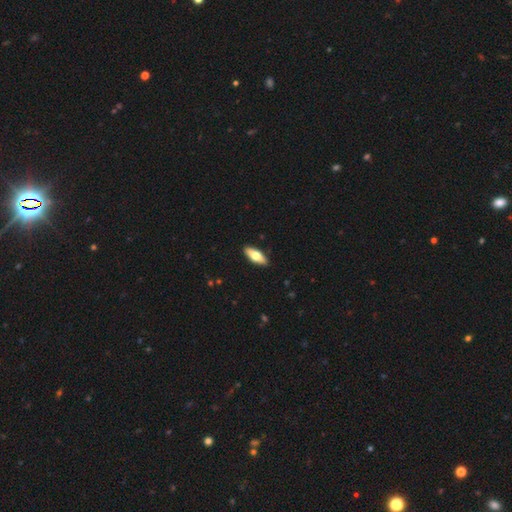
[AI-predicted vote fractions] Morphology: type=smooth (62%); roundness=in between (71%); merging=none (90%).